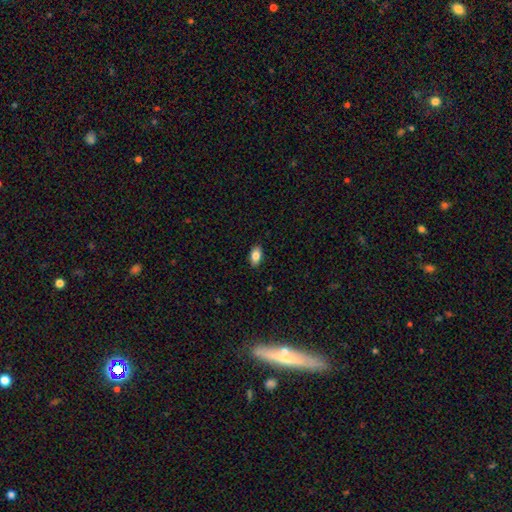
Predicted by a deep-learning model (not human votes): A smooth galaxy with no disk features (84%) that is in between round and cigar-shaped (92%).

Vote fractions:
- Smooth or featured? smooth: 84% / featured or disk: 8% / star or artifact: 8%
- How rounded? in between: 92% / round: 6% / cigar-shaped: 3%
- Merging? none: 89% / minor disturbance: 8% / major disturbance: 2% / merger: 1%